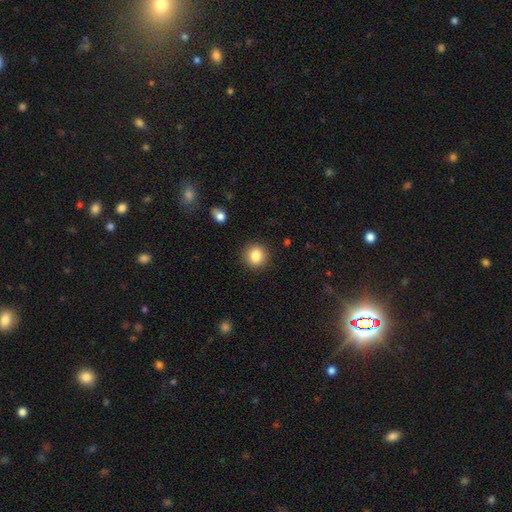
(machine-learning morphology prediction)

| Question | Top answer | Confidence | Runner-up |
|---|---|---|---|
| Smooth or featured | smooth | 85% | star or artifact (10%) |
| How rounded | round | 90% | in between (9%) |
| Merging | none | 90% | minor disturbance (7%) |